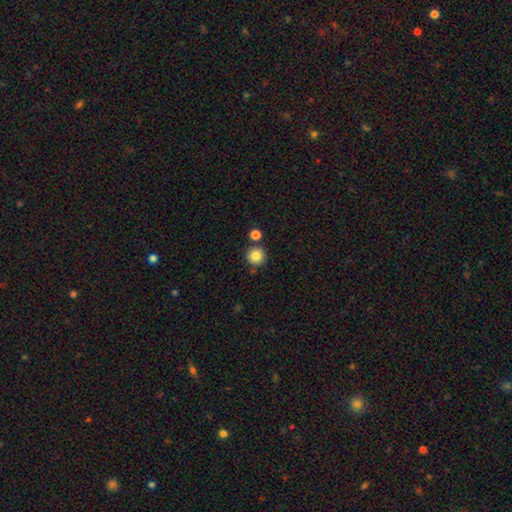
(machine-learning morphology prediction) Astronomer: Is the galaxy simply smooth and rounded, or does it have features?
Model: smooth — 84%.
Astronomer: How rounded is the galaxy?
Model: round — 95%.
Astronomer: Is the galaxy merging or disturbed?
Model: none — 81%.